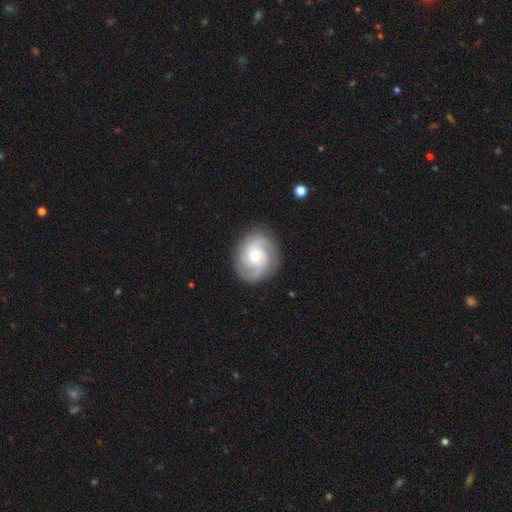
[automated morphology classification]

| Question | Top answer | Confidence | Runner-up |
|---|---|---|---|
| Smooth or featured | featured or disk | 83% | smooth (12%) |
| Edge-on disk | no | 98% | yes (2%) |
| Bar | no | 65% | weak (30%) |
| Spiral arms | yes | 97% | no (3%) |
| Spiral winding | tight | 52% | medium (40%) |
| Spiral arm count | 2 | 41% | 3 (36%) |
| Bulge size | small | 47% | moderate (45%) |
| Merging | none | 85% | minor disturbance (10%) |